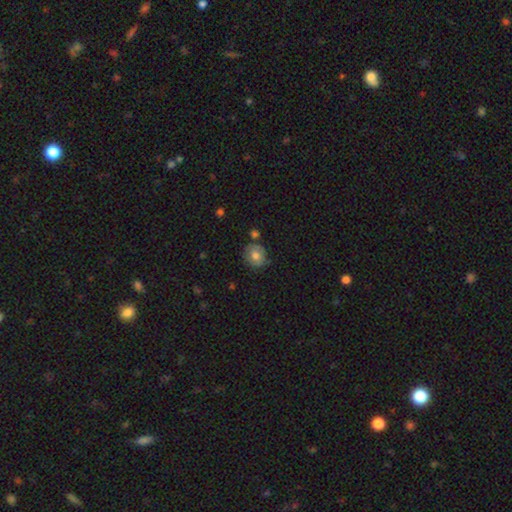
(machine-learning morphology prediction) The model was most divided on "smooth or featured": smooth: 69%, featured or disk: 22%, star or artifact: 9%. More confident: how rounded — round (82%); merging — none (74%).